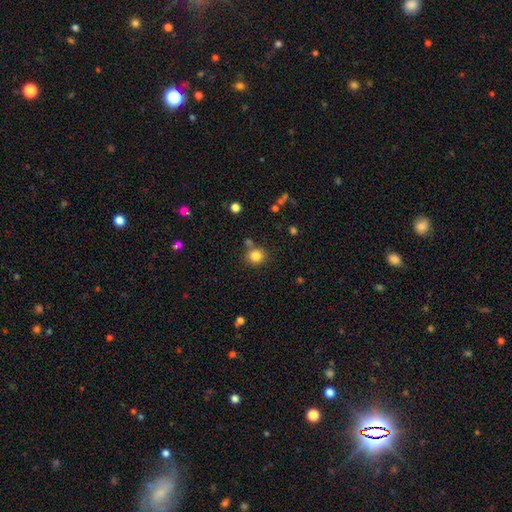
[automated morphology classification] Smooth or featured? smooth (82%)
How rounded? round (86%)
Merging? none (75%)